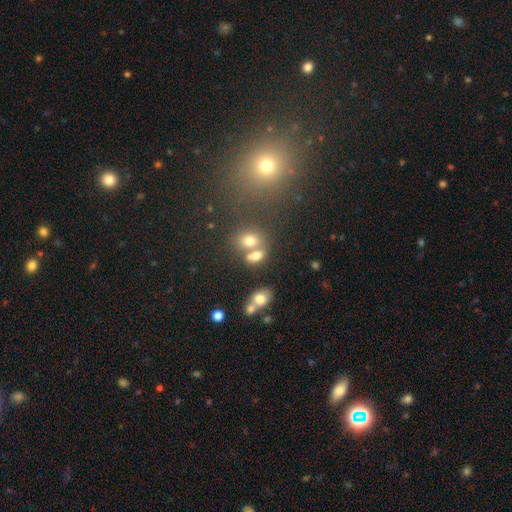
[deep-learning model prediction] Overall: smooth (70%). How rounded: in between (70%). Merging: merger (50%; none 36%).